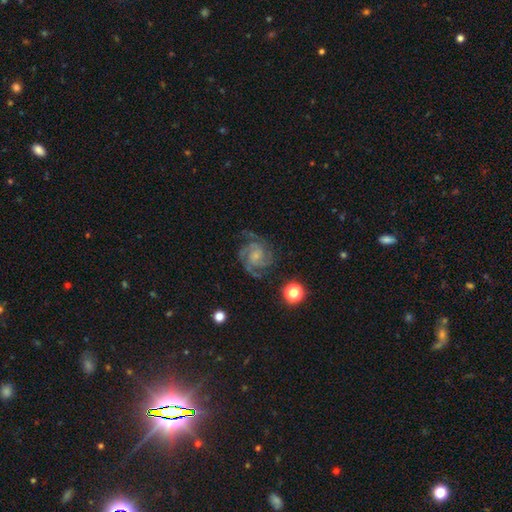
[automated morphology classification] Smooth or featured? featured or disk (87%)
Edge-on disk? no (98%)
Bar? no (62%)
Spiral arms? yes (98%)
Spiral winding? tight (55%)
Spiral arm count? 3 (42%)
Bulge size? small (59%)
Merging? none (72%)